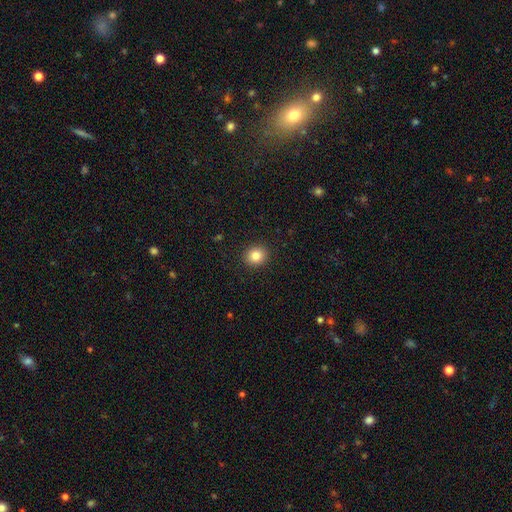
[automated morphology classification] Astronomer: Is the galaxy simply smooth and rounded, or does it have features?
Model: smooth — 84%.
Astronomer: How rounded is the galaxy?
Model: round — 79%.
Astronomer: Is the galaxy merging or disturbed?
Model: none — 91%.